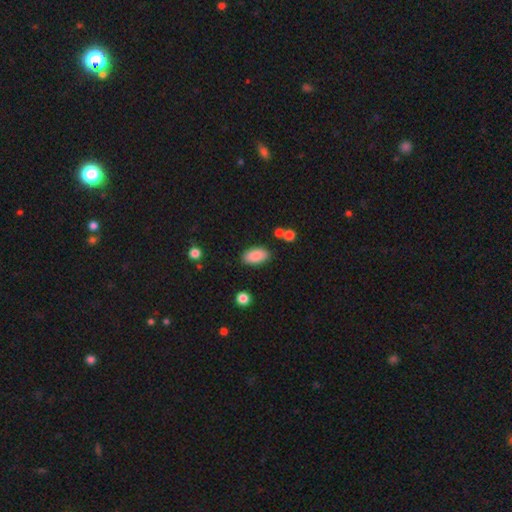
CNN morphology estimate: type=smooth (87%); roundness=in between (93%); merging=none (84%).